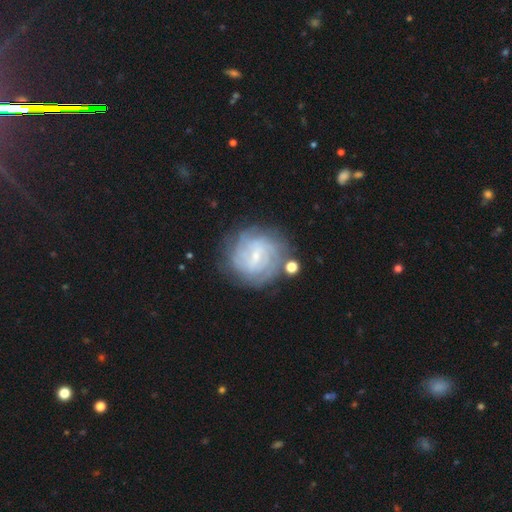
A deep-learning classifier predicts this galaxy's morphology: Smooth or featured?
  - featured or disk: 81% *
  - smooth: 12%
  - star or artifact: 7%
Edge-on disk?
  - no: 98% *
  - yes: 2%
Bar?
  - weak: 57% *
  - no: 26%
  - strong: 17%
Spiral arms?
  - yes: 94% *
  - no: 6%
Spiral winding?
  - tight: 75% *
  - medium: 21%
  - loose: 4%
Spiral arm count?
  - can't tell: 38% *
  - 4: 20%
  - 3: 15%
  - 2: 13%
  - more than 4: 9%
  - 1: 5%
Bulge size?
  - small: 71% *
  - moderate: 19%
  - none: 7%
  - large: 1%
  - dominant: 1%
Merging?
  - none: 76% *
  - minor disturbance: 14%
  - major disturbance: 6%
  - merger: 4%